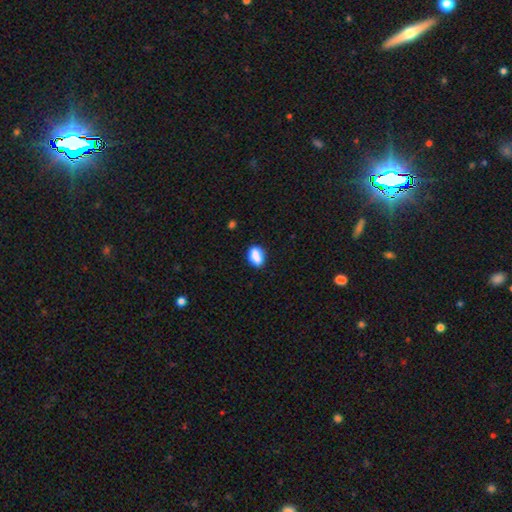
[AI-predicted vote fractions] The model was most divided on "merging": none: 74%, minor disturbance: 17%, merger: 5%, major disturbance: 3%. More confident: smooth or featured — smooth (86%); how rounded — in between (81%).